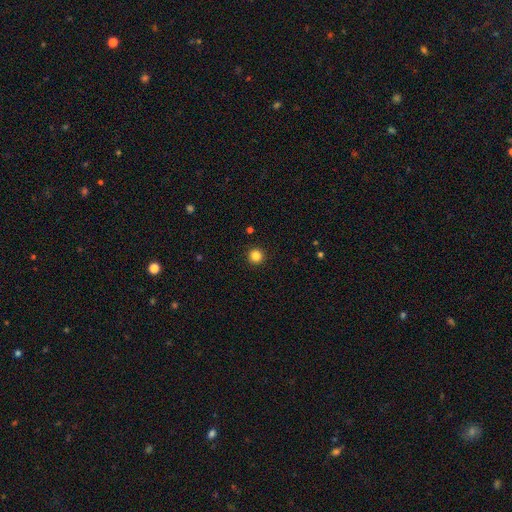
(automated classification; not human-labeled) This appears to be a smooth galaxy with no disk features (84%) that is round (96%). Merging: none (93%).